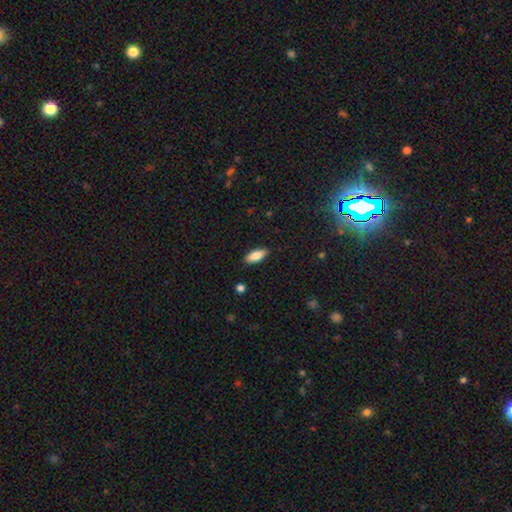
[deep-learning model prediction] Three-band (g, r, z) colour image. It shows a smooth galaxy with no disk features (81%) that is in between round and cigar-shaped (73%). Merging: none (87%).